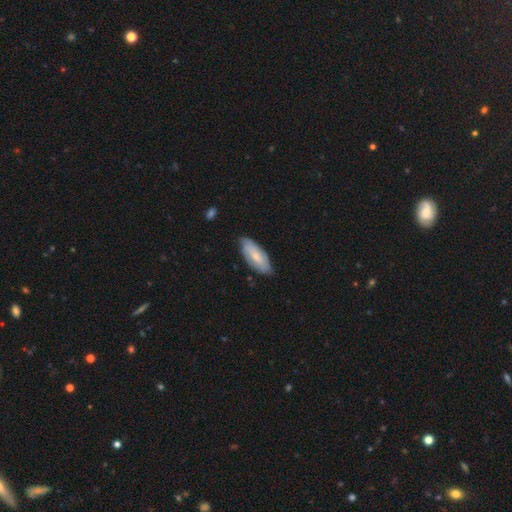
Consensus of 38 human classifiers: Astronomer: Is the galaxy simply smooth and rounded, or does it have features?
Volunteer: smooth — 76%.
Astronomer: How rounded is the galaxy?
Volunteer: in between — 93%.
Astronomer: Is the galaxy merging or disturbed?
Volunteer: none — 58% (runner-up: minor disturbance, 39%).